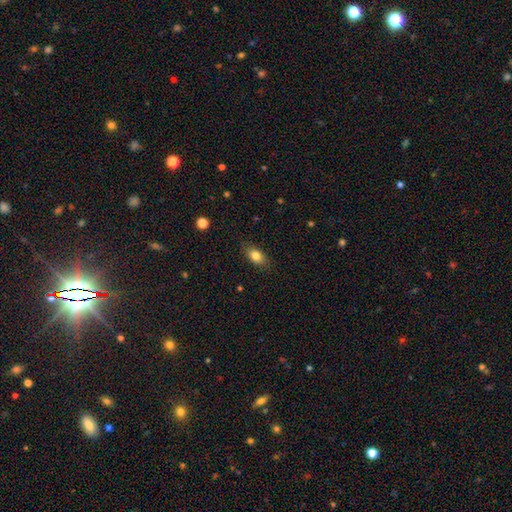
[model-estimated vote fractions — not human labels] Smooth or featured: smooth — 81% (featured or disk — 11%)
How rounded: in between — 84% (round — 10%)
Merging: none — 83% (minor disturbance — 13%)